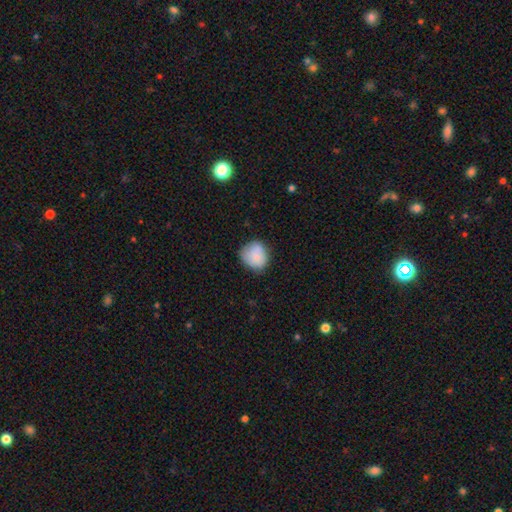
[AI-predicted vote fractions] smooth 83%, featured or disk 9%, star or artifact 8%. Down the decision tree: how rounded — round (78%); merging — none (68%).